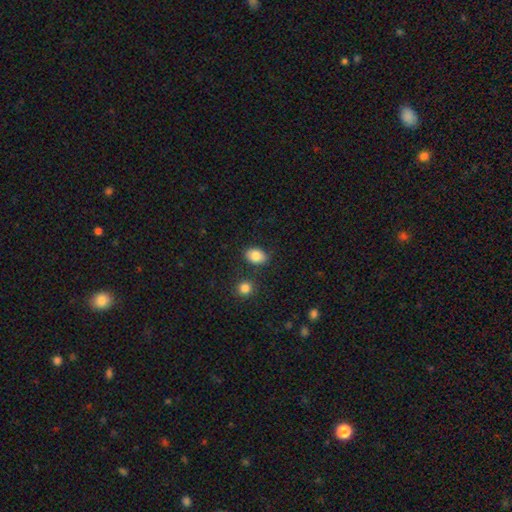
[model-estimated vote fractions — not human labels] A smooth galaxy with no disk features (85%) that is in between round and cigar-shaped (71%). Merging: none (80%).